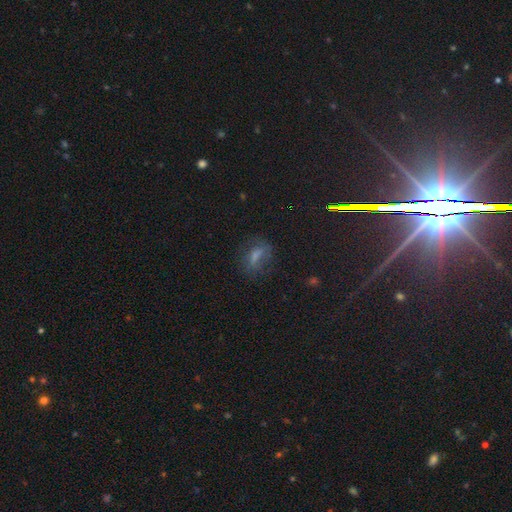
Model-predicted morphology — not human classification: smooth_or_featured: smooth (p=0.56) [alt: featured or disk p=0.26]
how_rounded: in between (p=0.61) [alt: cigar-shaped p=0.24]
merging: none (p=0.60) [alt: minor disturbance p=0.21]